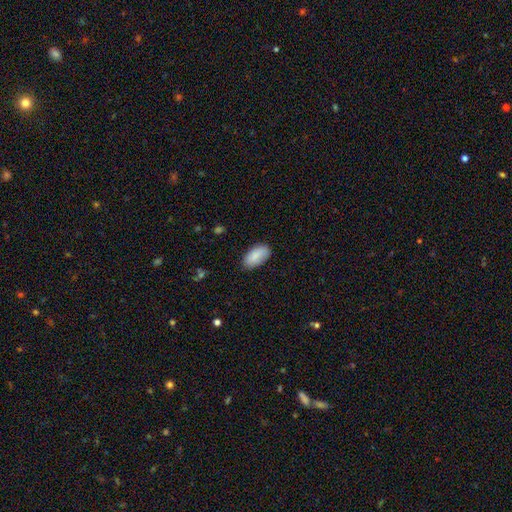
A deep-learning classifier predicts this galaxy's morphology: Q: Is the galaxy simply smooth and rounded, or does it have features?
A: smooth — 87%.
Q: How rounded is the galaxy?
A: in between — 94%.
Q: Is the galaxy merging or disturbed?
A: none — 82%.